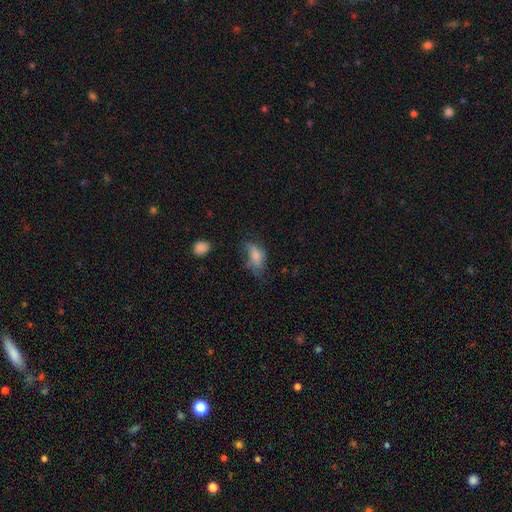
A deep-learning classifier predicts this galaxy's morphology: Smooth or featured? smooth (72%)
How rounded? in between (88%)
Merging? none (36%)